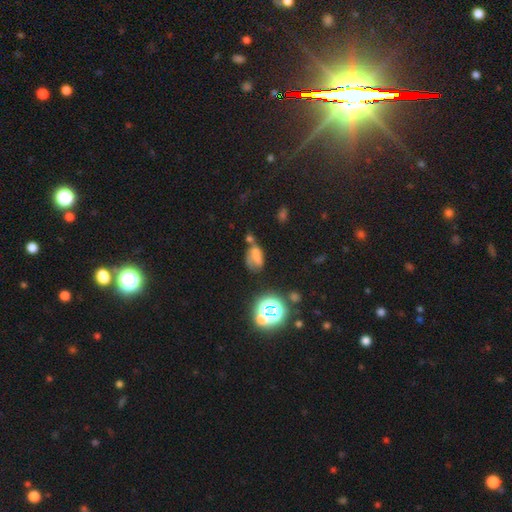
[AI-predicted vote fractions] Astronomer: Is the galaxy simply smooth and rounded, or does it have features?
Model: smooth — 52%.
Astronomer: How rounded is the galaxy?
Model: in between — 80%.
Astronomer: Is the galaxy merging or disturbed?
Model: none — 33% (runner-up: minor disturbance, 25%).